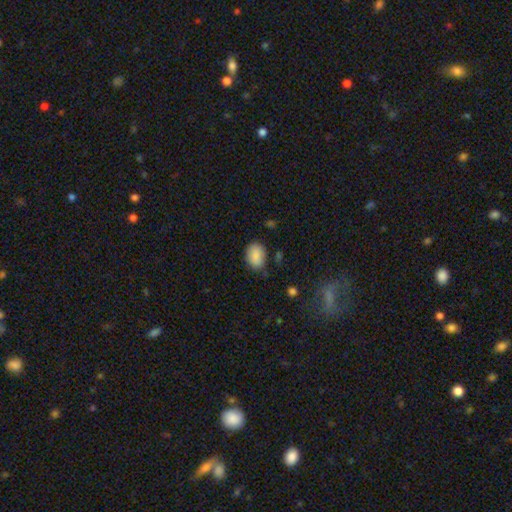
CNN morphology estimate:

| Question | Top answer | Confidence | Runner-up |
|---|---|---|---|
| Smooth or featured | smooth | 88% | star or artifact (8%) |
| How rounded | in between | 74% | round (25%) |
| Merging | none | 76% | minor disturbance (18%) |